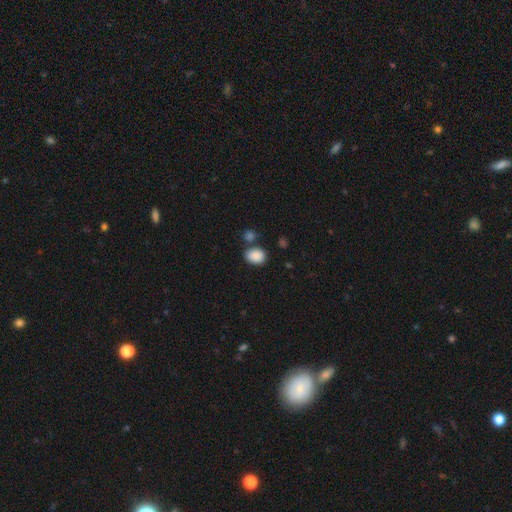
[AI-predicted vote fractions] smooth-or-featured: smooth: 88% | star or artifact: 8% | featured or disk: 4%
  how-rounded: in between: 73% | round: 26% | cigar-shaped: 1%
  merging: none: 68% | merger: 15% | minor disturbance: 14% | major disturbance: 4%